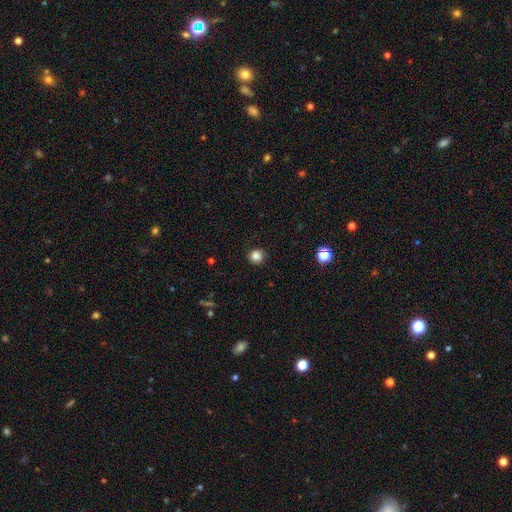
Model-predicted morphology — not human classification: smooth-or-featured: smooth: 83% | star or artifact: 12% | featured or disk: 5%
  how-rounded: round: 92% | in between: 7% | cigar-shaped: 1%
  merging: none: 88% | minor disturbance: 9% | major disturbance: 2% | merger: 1%